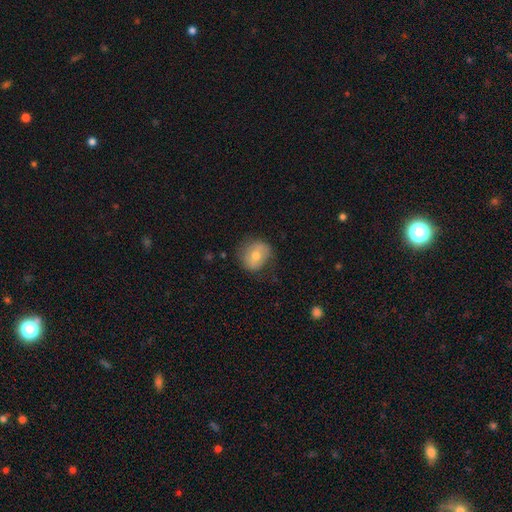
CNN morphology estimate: smooth_or_featured: smooth (p=0.57) [alt: featured or disk p=0.34]
how_rounded: round (p=0.69) [alt: in between p=0.30]
merging: none (p=0.71) [alt: minor disturbance p=0.21]